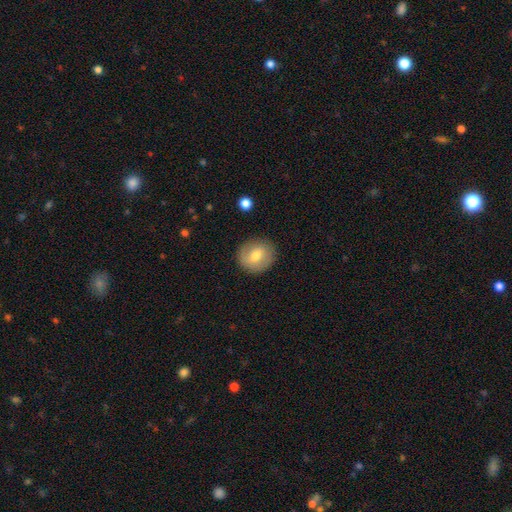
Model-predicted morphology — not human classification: smooth-or-featured: smooth: 66% | featured or disk: 26% | star or artifact: 8%
  how-rounded: round: 81% | in between: 18% | cigar-shaped: 1%
  merging: none: 86% | minor disturbance: 10% | major disturbance: 3% | merger: 1%